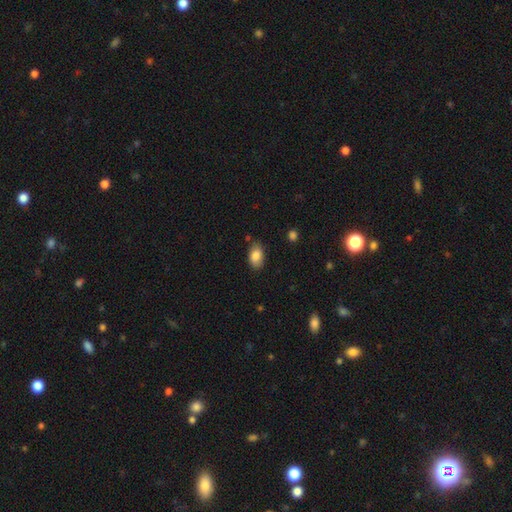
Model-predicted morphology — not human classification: This is clearly a smooth galaxy (85%). How rounded: clearly in between (90%). Merging: likely none (79%).